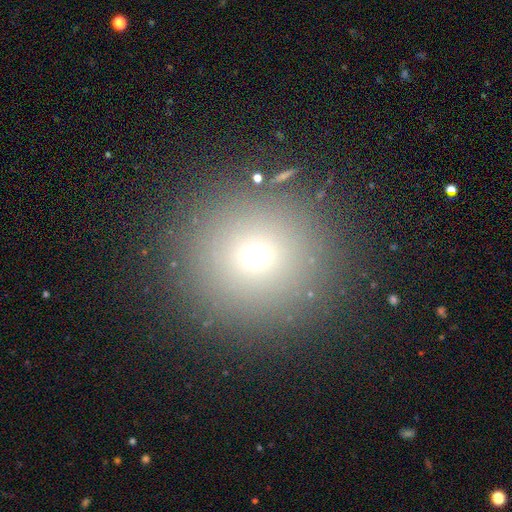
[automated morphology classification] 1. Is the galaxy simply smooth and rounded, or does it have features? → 67% smooth, 22% star or artifact, 10% featured or disk.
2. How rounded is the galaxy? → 93% round, 6% in between, 1% cigar-shaped.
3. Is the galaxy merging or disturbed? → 88% none, 6% minor disturbance, 3% major disturbance, 2% merger.